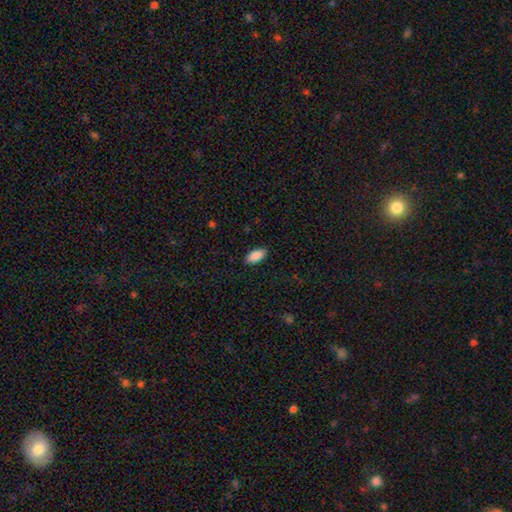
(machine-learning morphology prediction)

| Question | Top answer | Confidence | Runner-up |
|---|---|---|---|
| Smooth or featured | smooth | 89% | star or artifact (6%) |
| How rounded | in between | 91% | cigar-shaped (7%) |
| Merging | none | 89% | minor disturbance (8%) |